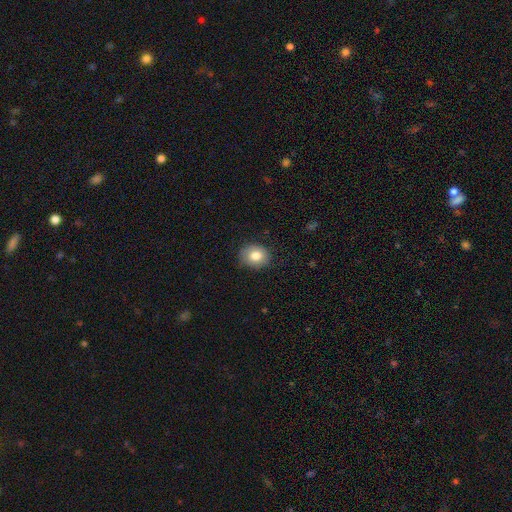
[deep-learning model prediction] Overall: smooth (82%). How rounded: round (56%; in between 43%). Merging: none (83%).